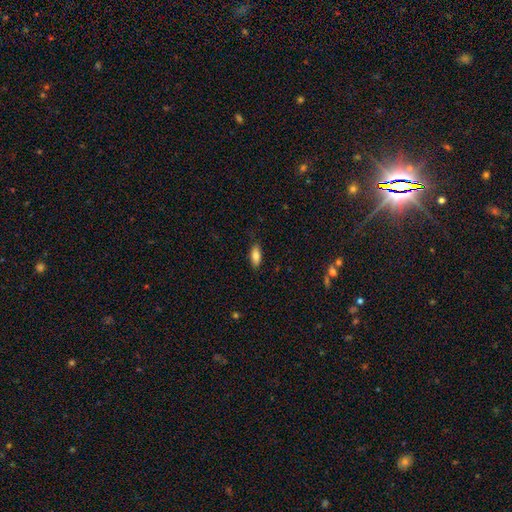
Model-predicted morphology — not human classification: smooth_or_featured: smooth (p=0.80) [alt: featured or disk p=0.12]
how_rounded: in between (p=0.82) [alt: cigar-shaped p=0.15]
merging: none (p=0.85) [alt: minor disturbance p=0.12]